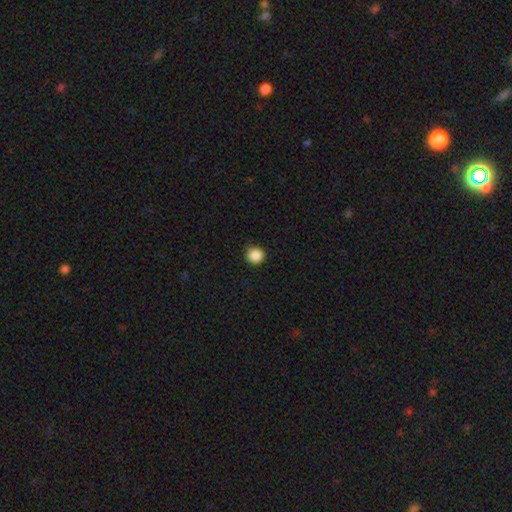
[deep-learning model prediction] Smooth or featured? smooth (88%)
How rounded? round (94%)
Merging? none (90%)